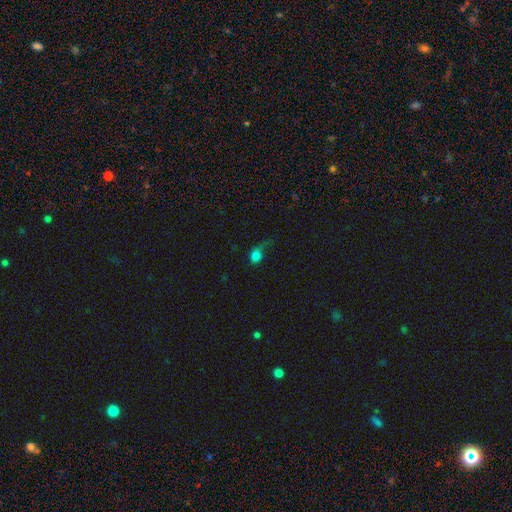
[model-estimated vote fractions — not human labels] smooth-or-featured: smooth: 76% | star or artifact: 12% | featured or disk: 12%
  how-rounded: round: 72% | in between: 27% | cigar-shaped: 2%
  merging: major disturbance: 38% | none: 31% | minor disturbance: 26% | merger: 5%